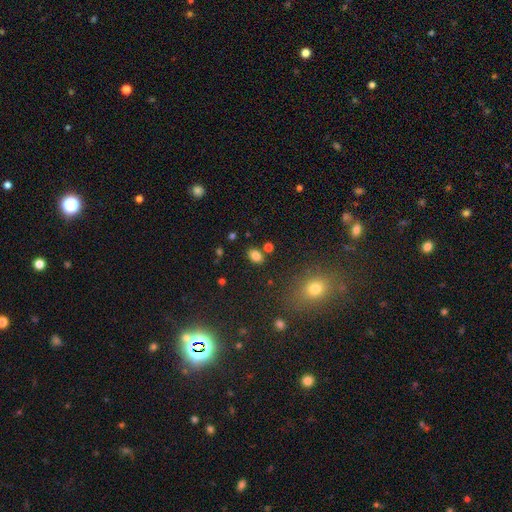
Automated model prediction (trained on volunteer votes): This is clearly a smooth galaxy (82%). How rounded: likely in between (78%). Merging: clearly none (80%).